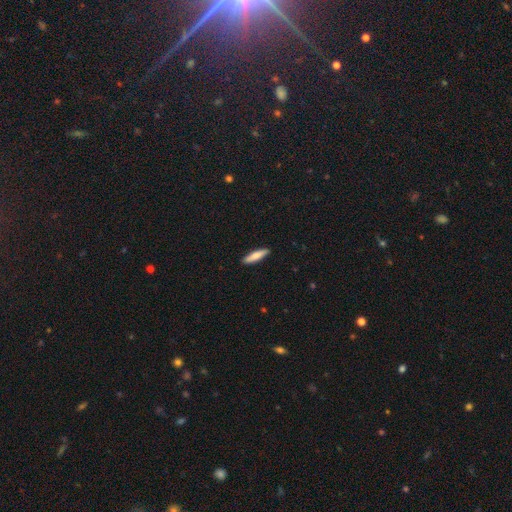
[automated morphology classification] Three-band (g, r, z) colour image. It shows a smooth galaxy with no disk features (76%) that is cigar-shaped (79%). Merging: none (91%).